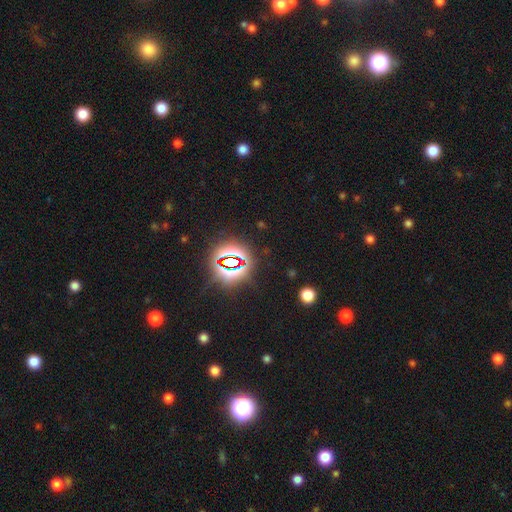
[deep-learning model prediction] star or artifact 82%, smooth 12%, featured or disk 7%.